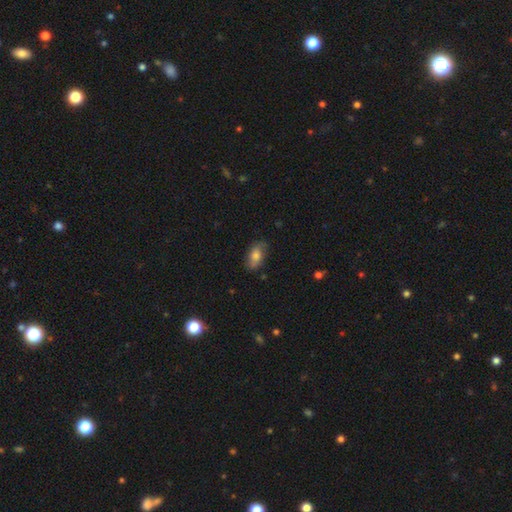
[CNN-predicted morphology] smooth 73%, featured or disk 19%, star or artifact 8%. Down the decision tree: how rounded — in between (90%); merging — none (76%).